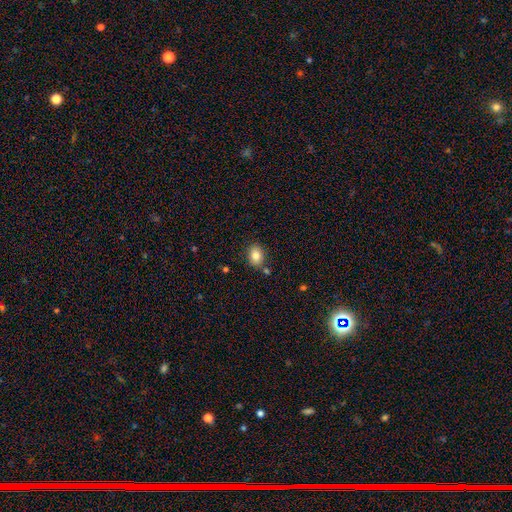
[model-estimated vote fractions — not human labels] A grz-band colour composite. It shows a smooth galaxy with no disk features (83%) that is in between round and cigar-shaped (66%). Merging: none (78%).